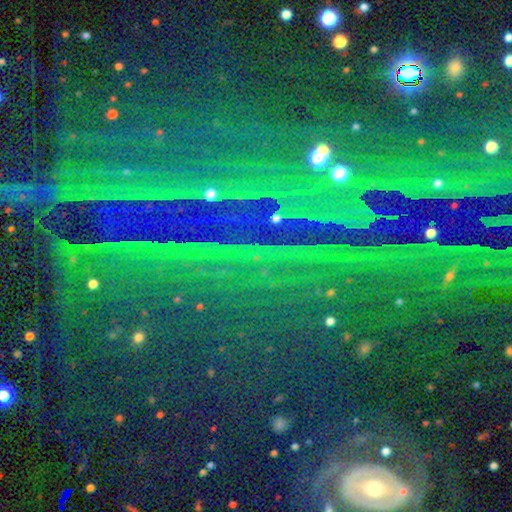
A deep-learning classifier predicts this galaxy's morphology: Smooth or featured: star or artifact — 84% (featured or disk — 9%)